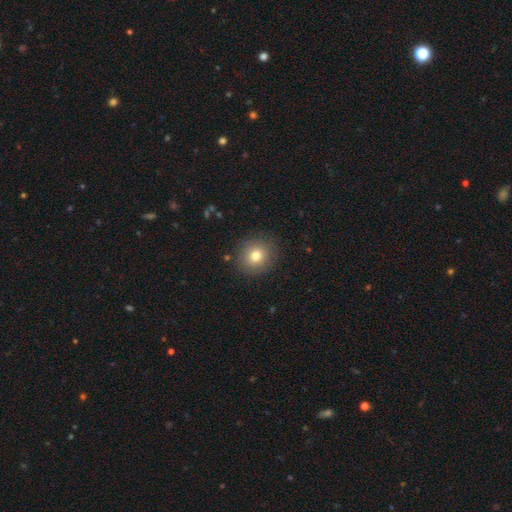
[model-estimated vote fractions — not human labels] This is likely a smooth galaxy (77%). How rounded: clearly round (86%). Merging: clearly none (88%).